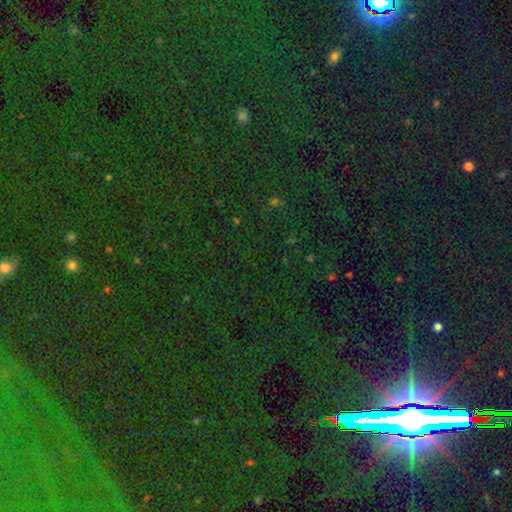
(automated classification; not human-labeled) Overall: star or artifact (82%).